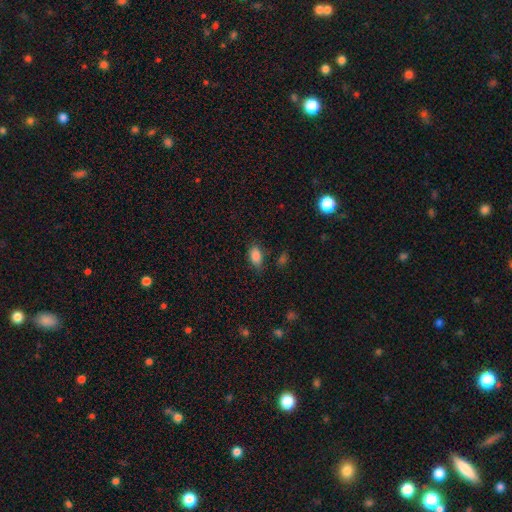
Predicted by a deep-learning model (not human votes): Smooth or featured: smooth — 85% (star or artifact — 9%)
How rounded: in between — 89% (round — 8%)
Merging: none — 73% (minor disturbance — 19%)